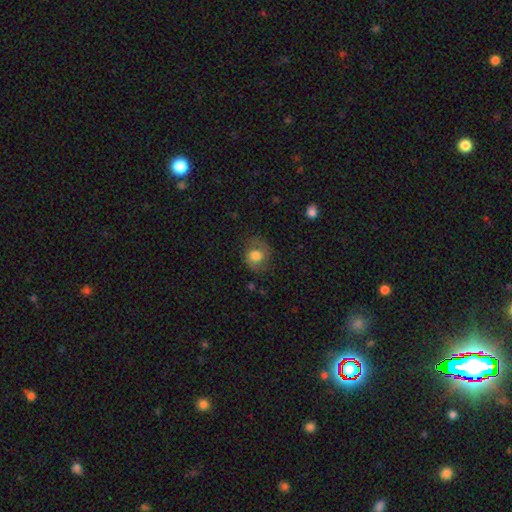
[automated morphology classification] The model was most divided on "how rounded": round: 63%, in between: 36%, cigar-shaped: 1%. More confident: merging — none (66%); smooth or featured — smooth (60%).